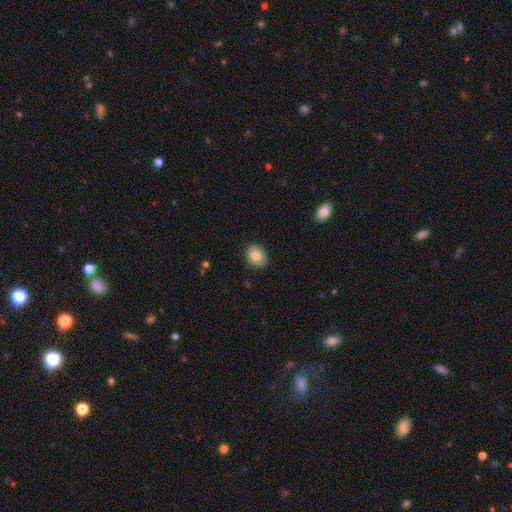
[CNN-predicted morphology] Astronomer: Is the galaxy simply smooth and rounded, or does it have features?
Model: smooth — 78%.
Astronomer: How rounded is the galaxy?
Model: in between — 57% (runner-up: round, 42%).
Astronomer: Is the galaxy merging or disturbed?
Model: none — 85%.